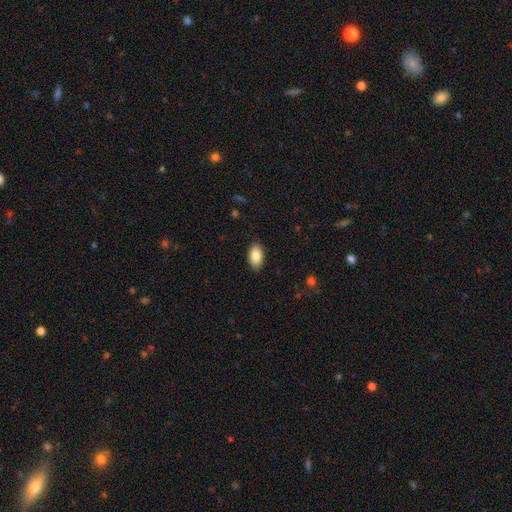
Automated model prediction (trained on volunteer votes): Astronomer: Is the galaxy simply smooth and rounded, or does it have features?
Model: smooth — 87%.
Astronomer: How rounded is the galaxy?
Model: in between — 94%.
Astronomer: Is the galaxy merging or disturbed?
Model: none — 88%.